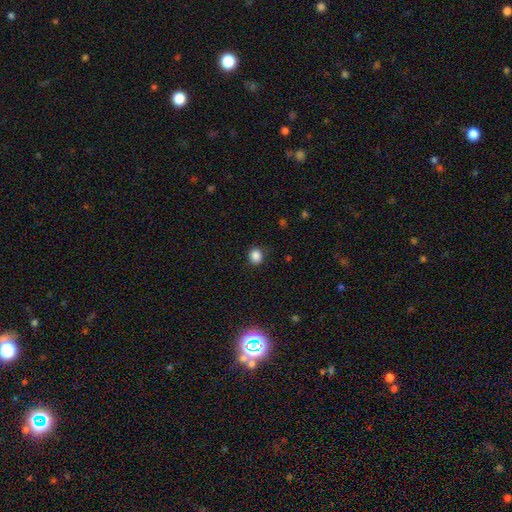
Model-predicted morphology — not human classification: smooth_or_featured: smooth (p=0.85) [alt: star or artifact p=0.11]
how_rounded: round (p=0.83) [alt: in between p=0.16]
merging: none (p=0.87) [alt: minor disturbance p=0.09]